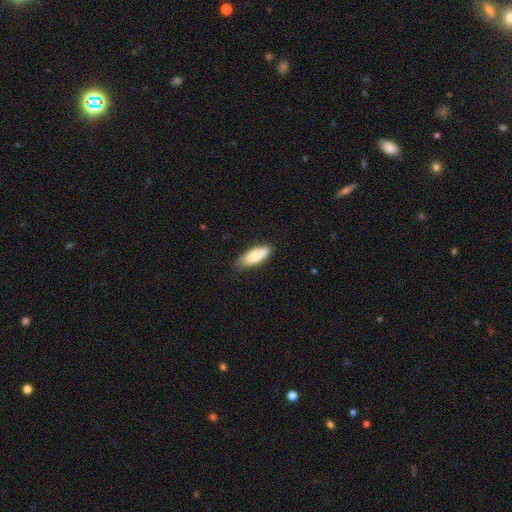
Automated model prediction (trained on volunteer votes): smooth 76%, featured or disk 18%, star or artifact 6%. Down the decision tree: how rounded — in between (75%); merging — none (75%).